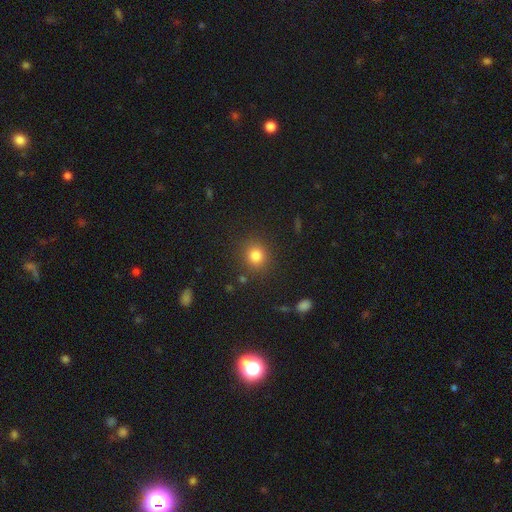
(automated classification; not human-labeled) This appears to be a smooth galaxy with no disk features (81%) that is round (84%). Merging: none (86%).